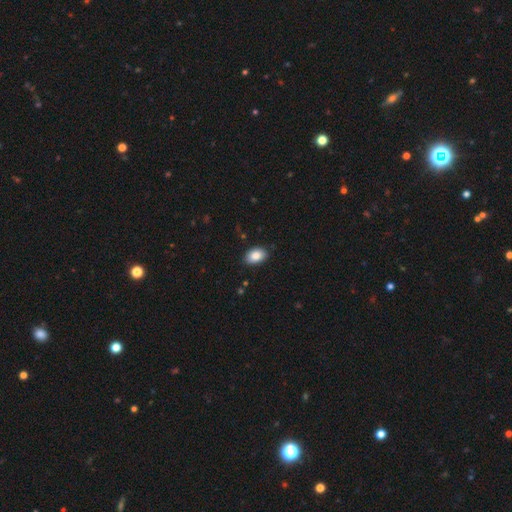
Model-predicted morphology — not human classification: The model was most divided on "merging": none: 86%, minor disturbance: 11%, major disturbance: 2%, merger: 1%. More confident: how rounded — in between (89%); smooth or featured — smooth (87%).